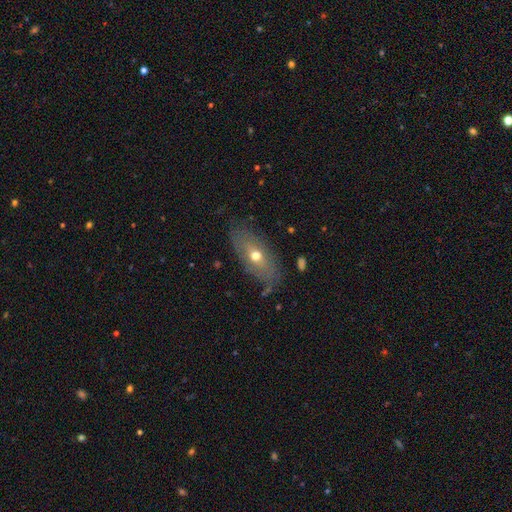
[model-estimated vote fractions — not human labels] Smooth or featured: smooth — 50% (featured or disk — 42%)
Merging: none — 73% (minor disturbance — 18%)